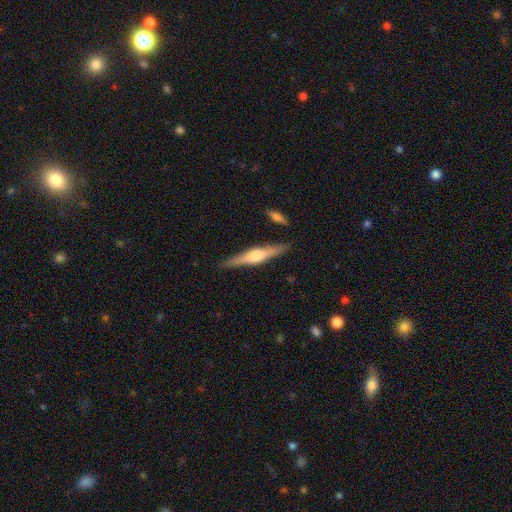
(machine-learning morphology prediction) Q: Smooth or featured?
A: featured or disk (70%); runner-up: smooth (25%)
Q: Edge-on disk?
A: yes (98%); runner-up: no (2%)
Q: Edge-on bulge?
A: rounded (87%); runner-up: boxy (9%)
Q: Merging?
A: none (88%); runner-up: minor disturbance (8%)